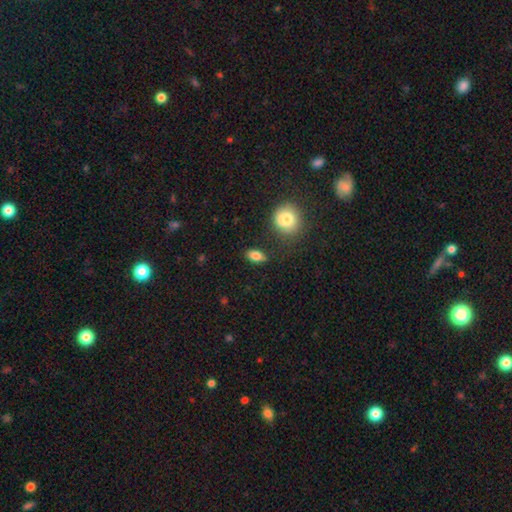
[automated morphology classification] type=smooth (83%); roundness=in between (86%); merging=none (83%).